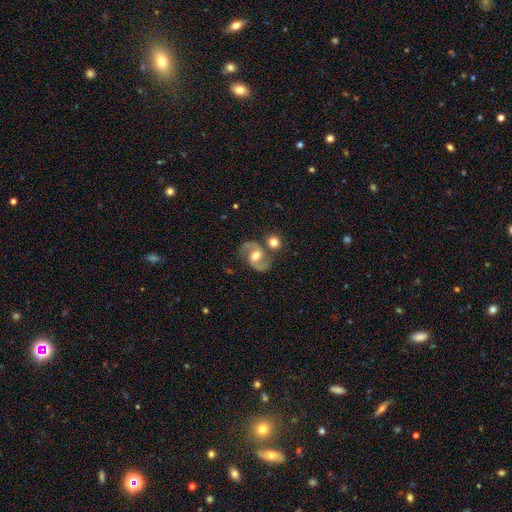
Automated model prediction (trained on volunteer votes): Morphology: type=featured or disk (85%); edge-on=no (98%); bar=no (44%); spiral arms=yes (95%); winding=medium (54%); arm count=2 (94%); bulge=moderate (74%); merging=none (71%).